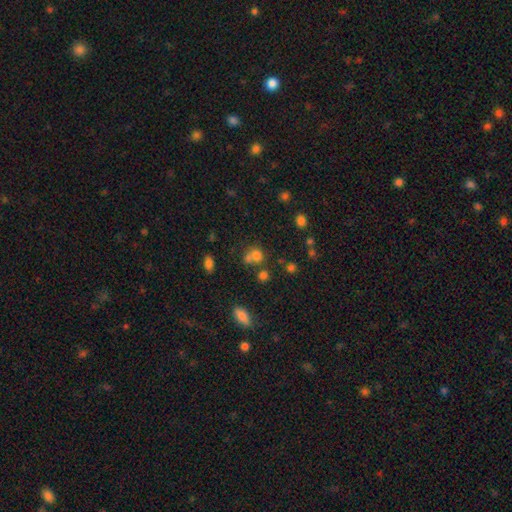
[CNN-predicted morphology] Q: Smooth or featured?
A: smooth (72%); runner-up: star or artifact (17%)
Q: How rounded?
A: round (76%); runner-up: in between (23%)
Q: Merging?
A: none (44%); runner-up: merger (41%)